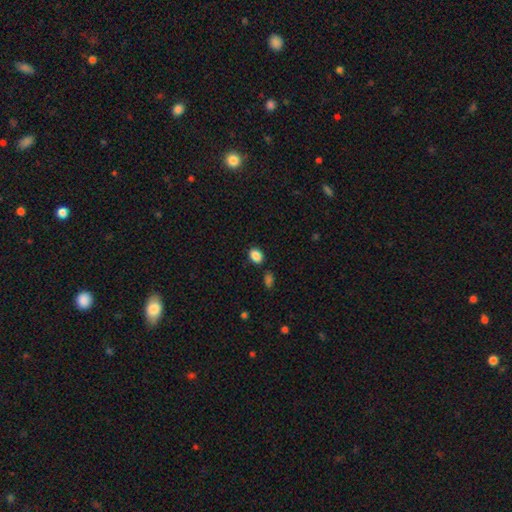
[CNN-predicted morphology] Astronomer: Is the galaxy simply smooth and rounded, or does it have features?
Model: smooth — 87%.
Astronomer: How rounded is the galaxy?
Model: in between — 70%.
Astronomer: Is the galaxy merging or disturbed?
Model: none — 83%.